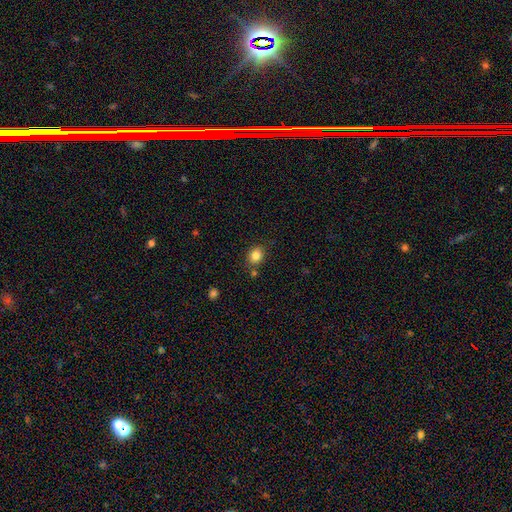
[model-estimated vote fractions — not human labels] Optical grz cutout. It shows a smooth galaxy with no disk features (84%) that is round (62%). Merging: none (78%).